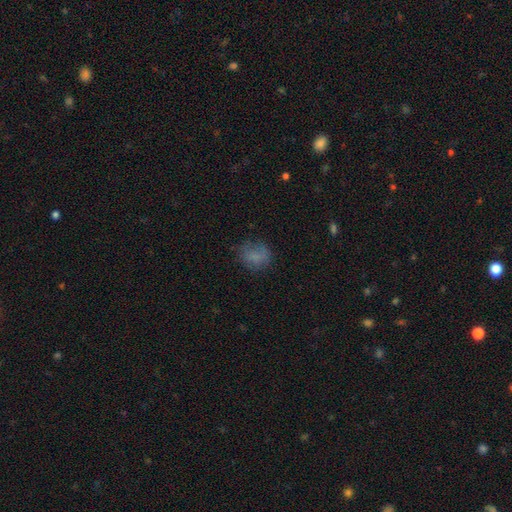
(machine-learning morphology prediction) A smooth galaxy with no disk features (74%) that is round (57%).

Vote fractions:
- Smooth or featured? smooth: 74% / featured or disk: 13% / star or artifact: 13%
- How rounded? round: 57% / in between: 42% / cigar-shaped: 1%
- Merging? none: 65% / minor disturbance: 22% / major disturbance: 11% / merger: 2%